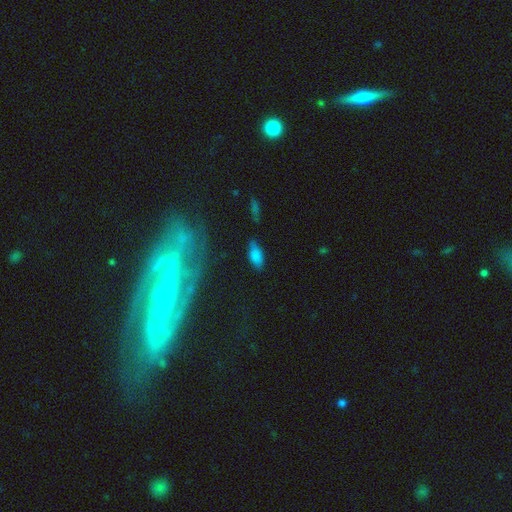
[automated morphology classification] Smooth or featured? smooth (79%)
How rounded? in between (88%)
Merging? none (72%)